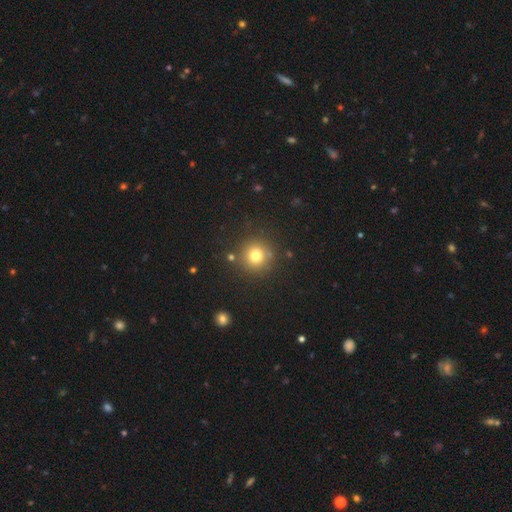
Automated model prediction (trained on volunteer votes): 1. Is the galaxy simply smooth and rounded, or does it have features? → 75% smooth, 16% star or artifact, 9% featured or disk.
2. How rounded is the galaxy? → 94% round, 5% in between, 1% cigar-shaped.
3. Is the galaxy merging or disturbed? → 85% none, 7% minor disturbance, 5% merger, 3% major disturbance.